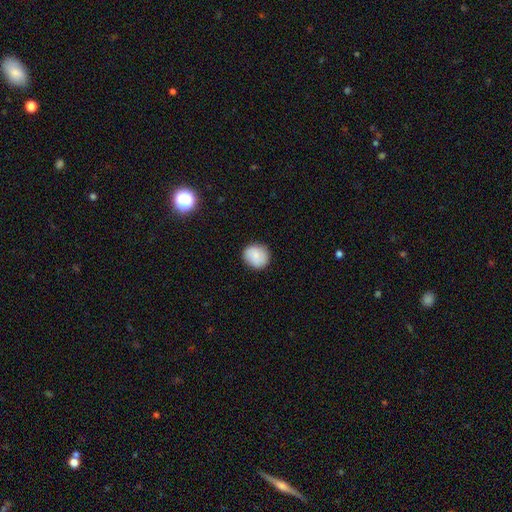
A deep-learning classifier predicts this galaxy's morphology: Overall: smooth (81%). How rounded: round (82%). Merging: none (86%).